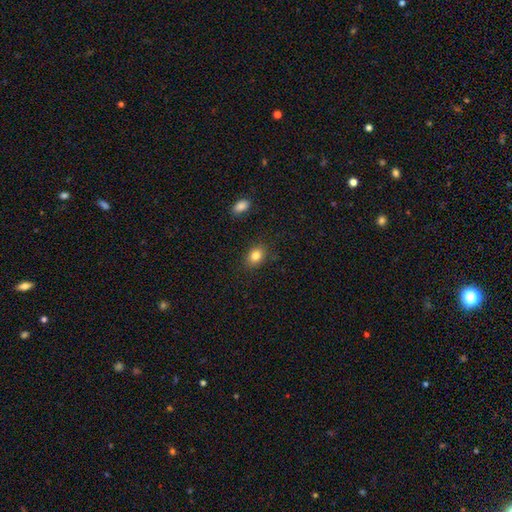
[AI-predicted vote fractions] smooth-or-featured: smooth: 83% | star or artifact: 10% | featured or disk: 7%
  how-rounded: in between: 61% | round: 38% | cigar-shaped: 1%
  merging: none: 85% | minor disturbance: 10% | major disturbance: 3% | merger: 2%